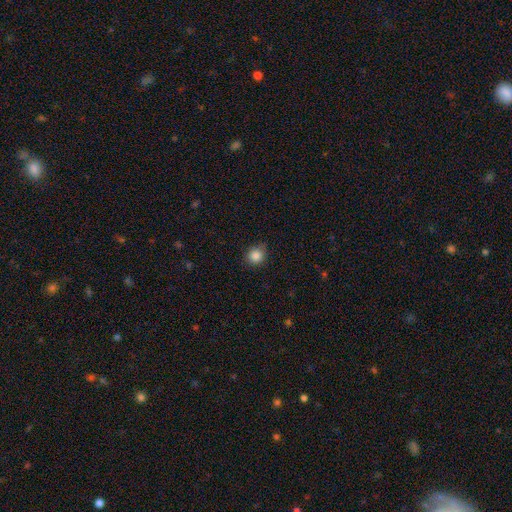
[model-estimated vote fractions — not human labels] Smooth or featured?
  - smooth: 86% *
  - star or artifact: 10%
  - featured or disk: 4%
How rounded?
  - round: 86% *
  - in between: 13%
  - cigar-shaped: 1%
Merging?
  - none: 80% *
  - minor disturbance: 16%
  - major disturbance: 3%
  - merger: 1%